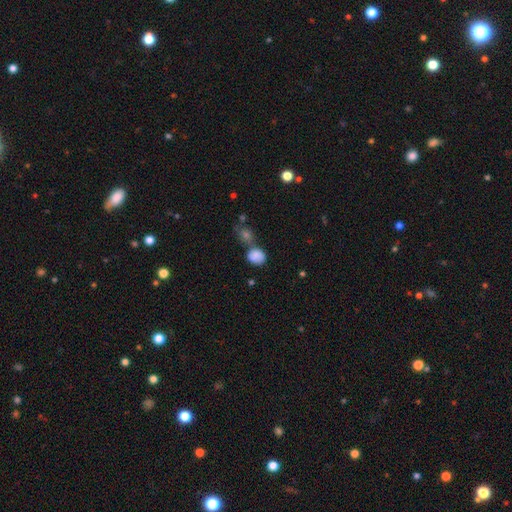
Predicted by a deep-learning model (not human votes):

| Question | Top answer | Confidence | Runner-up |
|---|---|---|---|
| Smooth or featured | smooth | 84% | star or artifact (9%) |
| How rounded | round | 55% | in between (43%) |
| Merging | none | 43% | merger (36%) |